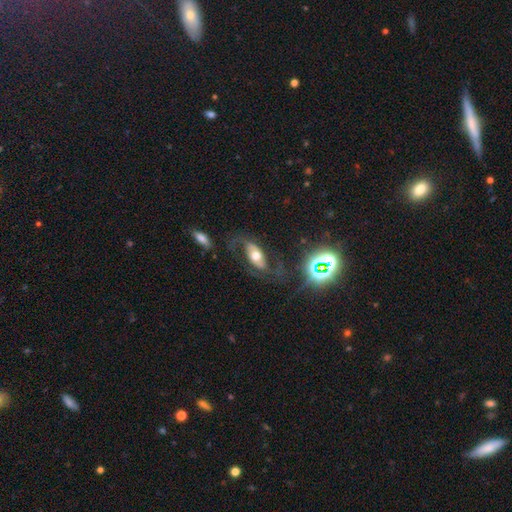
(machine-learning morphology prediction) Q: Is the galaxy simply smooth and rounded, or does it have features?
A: featured or disk — 62%.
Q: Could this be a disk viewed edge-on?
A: no — 87%.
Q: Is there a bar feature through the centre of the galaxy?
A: no — 59%.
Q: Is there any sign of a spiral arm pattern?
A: yes — 74%.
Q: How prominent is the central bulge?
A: moderate — 66%.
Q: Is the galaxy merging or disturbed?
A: none — 61%.